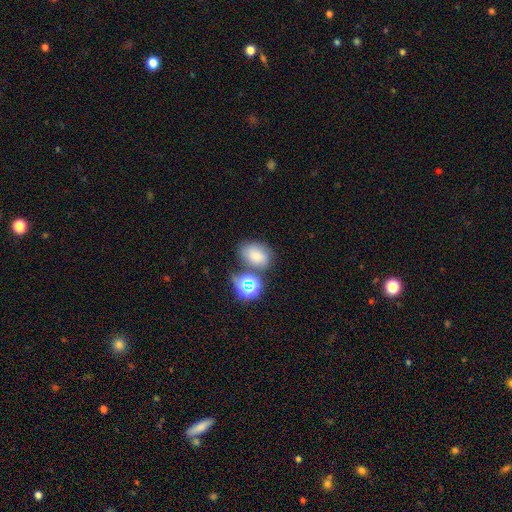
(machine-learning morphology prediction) The model was most divided on "merging": none: 58%, merger: 18%, minor disturbance: 17%, major disturbance: 7%. More confident: how rounded — in between (71%); smooth or featured — smooth (71%).